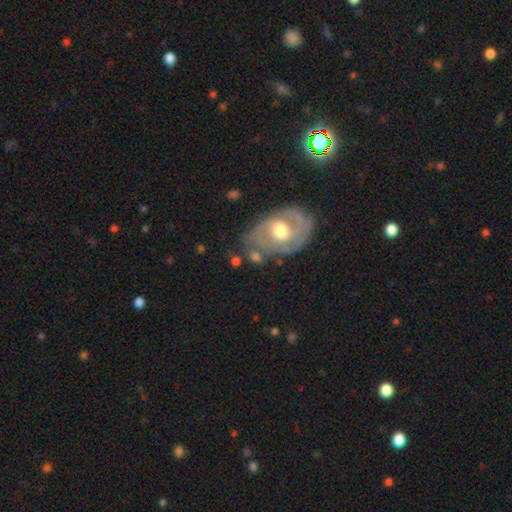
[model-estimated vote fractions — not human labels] The model was most divided on "bar": no: 55%, weak: 35%, strong: 10%. More confident: edge-on disk — no (94%); bulge size — moderate (70%); spiral arms — yes (67%); merging — none (60%); smooth or featured — featured or disk (59%).